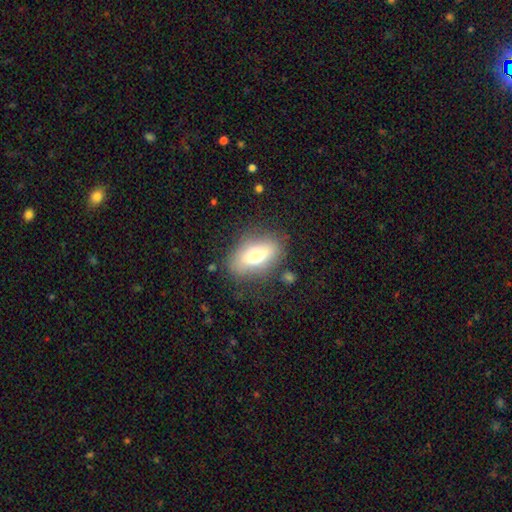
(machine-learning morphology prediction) This is likely a smooth galaxy (62%). How rounded: clearly in between (80%). Merging: likely none (76%).